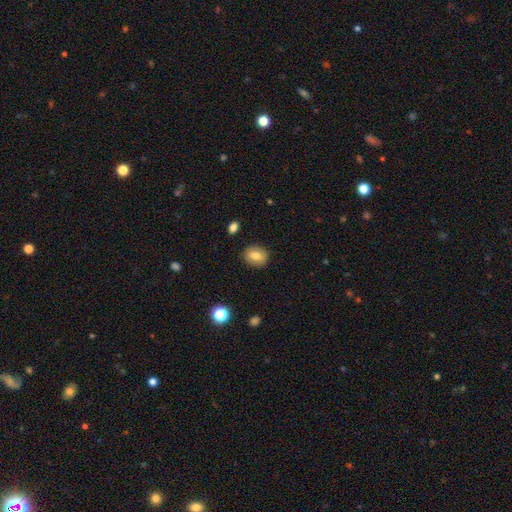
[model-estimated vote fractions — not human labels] Morphology: type=smooth (77%); roundness=round (55%); merging=none (88%).